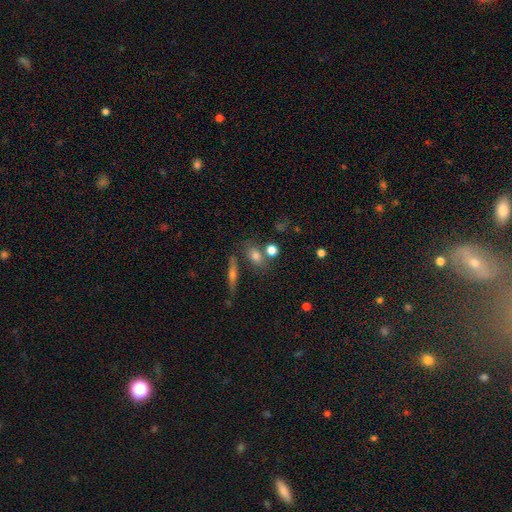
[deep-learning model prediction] Smooth or featured? Predicted: smooth (p=0.70). How rounded? Predicted: in between (p=0.47). Merging? Predicted: none (p=0.65).